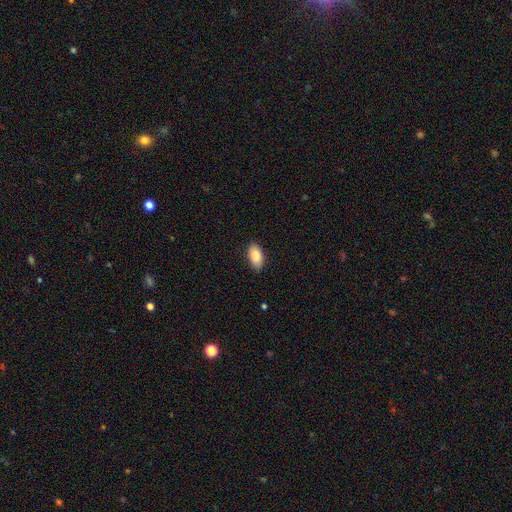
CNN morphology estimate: This is clearly a smooth galaxy (89%). How rounded: clearly in between (93%). Merging: clearly none (86%).